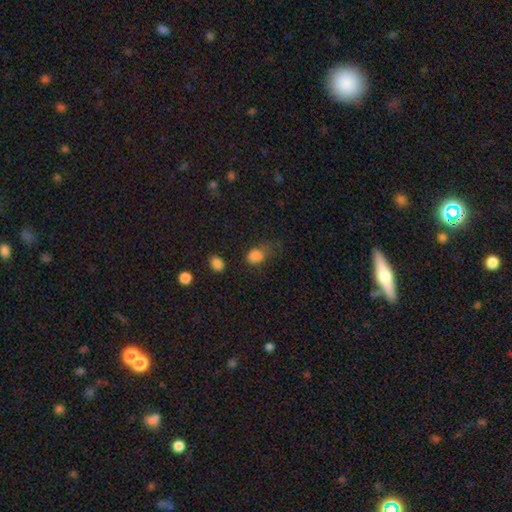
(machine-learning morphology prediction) Overall: smooth (80%). How rounded: in between (67%; round 31%). Merging: none (45%; minor disturbance 29%).